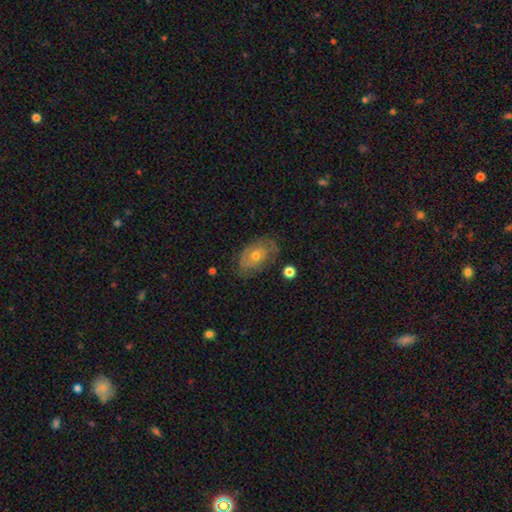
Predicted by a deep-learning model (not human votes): The model was most divided on "smooth or featured": featured or disk: 54%, smooth: 38%, star or artifact: 8%. More confident: edge-on disk — no (93%); bar — no (84%); merging — none (66%); bulge size — moderate (59%); spiral arms — yes (58%).